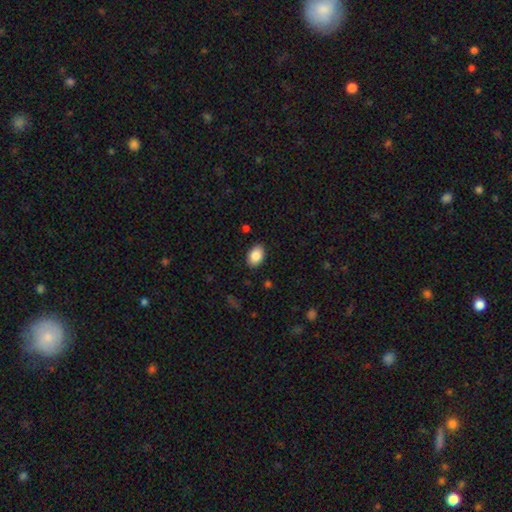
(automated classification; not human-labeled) The model was most divided on "how rounded": in between: 85%, round: 14%, cigar-shaped: 1%. More confident: merging — none (88%); smooth or featured — smooth (87%).